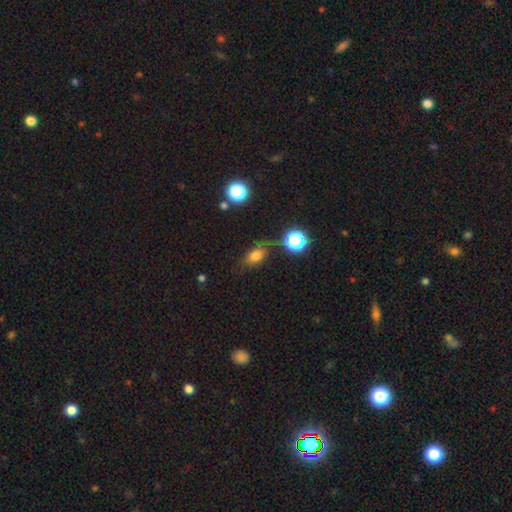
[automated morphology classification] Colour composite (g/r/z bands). It shows a smooth galaxy with no disk features (72%) that is in between round and cigar-shaped (74%). Merging: none (66%).